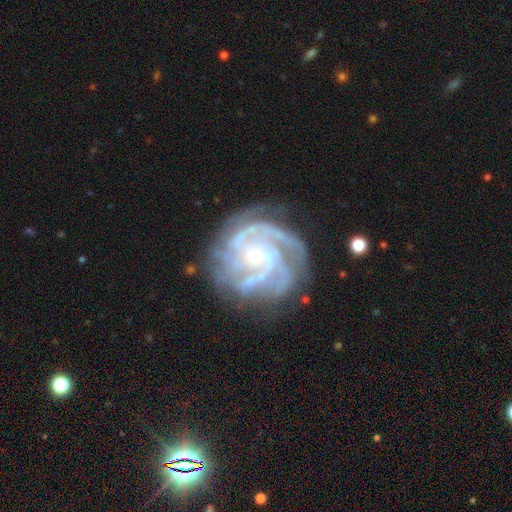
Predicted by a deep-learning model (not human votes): Smooth or featured? featured or disk (88%)
Edge-on disk? no (98%)
Bar? no (72%)
Spiral arms? yes (96%)
Spiral winding? tight (66%)
Spiral arm count? 3 (31%)
Bulge size? small (76%)
Merging? none (69%)